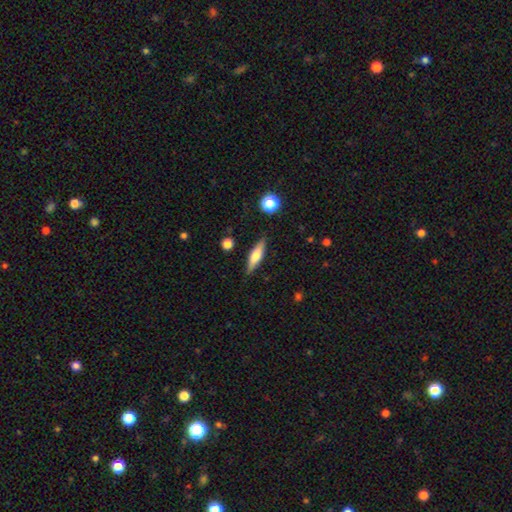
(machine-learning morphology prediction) Q: Smooth or featured?
A: smooth (60%); runner-up: featured or disk (33%)
Q: How rounded?
A: cigar-shaped (64%); runner-up: in between (33%)
Q: Merging?
A: none (85%); runner-up: minor disturbance (11%)